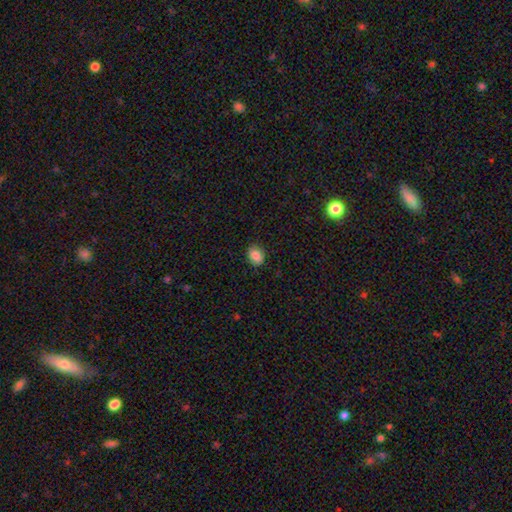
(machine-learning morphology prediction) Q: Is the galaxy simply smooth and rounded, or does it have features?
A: smooth — 86%.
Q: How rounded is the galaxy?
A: in between — 58%.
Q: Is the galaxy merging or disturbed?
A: none — 88%.